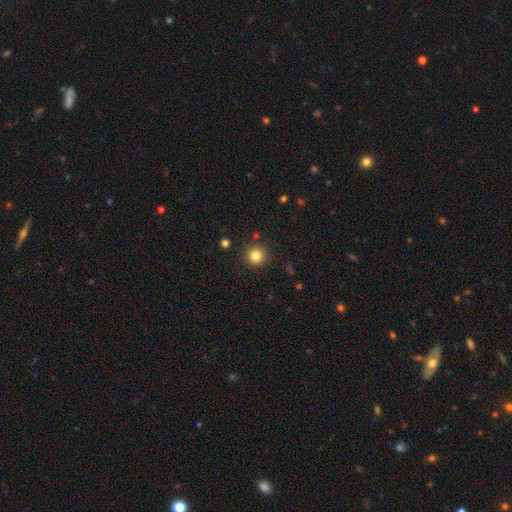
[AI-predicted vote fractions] This appears to be a smooth galaxy with no disk features (83%) that is round (95%). Merging: none (89%).